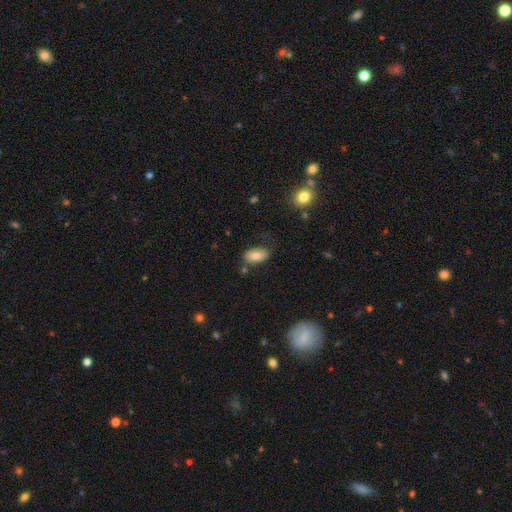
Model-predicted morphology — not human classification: smooth-or-featured: smooth: 75% | featured or disk: 17% | star or artifact: 8%
  how-rounded: in between: 92% | round: 5% | cigar-shaped: 2%
  merging: none: 62% | minor disturbance: 23% | major disturbance: 9% | merger: 6%